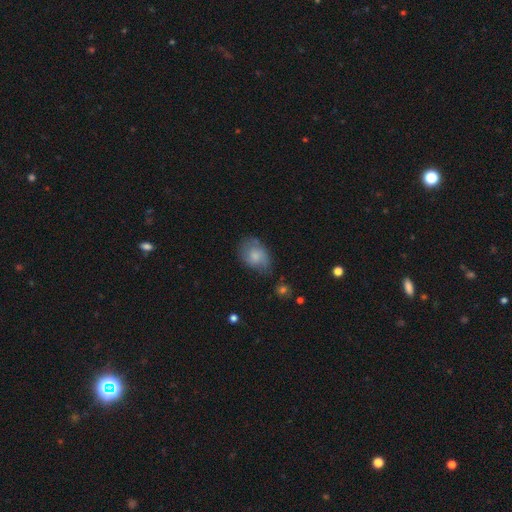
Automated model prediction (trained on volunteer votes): smooth_or_featured: smooth (p=0.71) [alt: featured or disk p=0.21]
how_rounded: in between (p=0.74) [alt: round p=0.25]
merging: none (p=0.48) [alt: minor disturbance p=0.35]